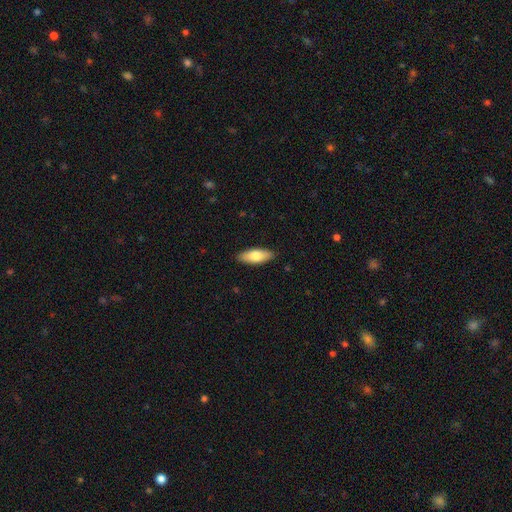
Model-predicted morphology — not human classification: smooth-or-featured: smooth: 75% | featured or disk: 20% | star or artifact: 5%
  how-rounded: in between: 71% | cigar-shaped: 27% | round: 2%
  merging: none: 89% | minor disturbance: 8% | major disturbance: 2% | merger: 1%